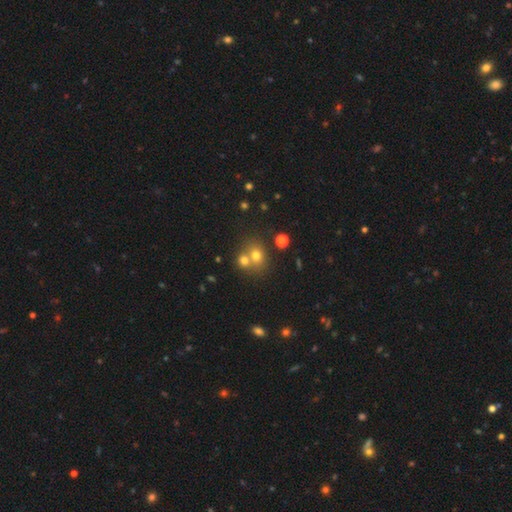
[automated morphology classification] smooth-or-featured: smooth: 70% | star or artifact: 16% | featured or disk: 14%
  how-rounded: round: 69% | in between: 30% | cigar-shaped: 1%
  merging: merger: 47% | none: 43% | minor disturbance: 7% | major disturbance: 3%